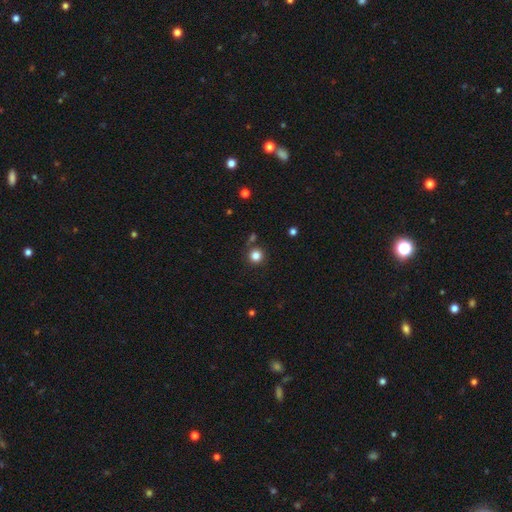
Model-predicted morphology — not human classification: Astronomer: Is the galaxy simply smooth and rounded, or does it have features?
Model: smooth — 83%.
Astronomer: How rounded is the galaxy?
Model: round — 94%.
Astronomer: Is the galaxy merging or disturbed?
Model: none — 84%.